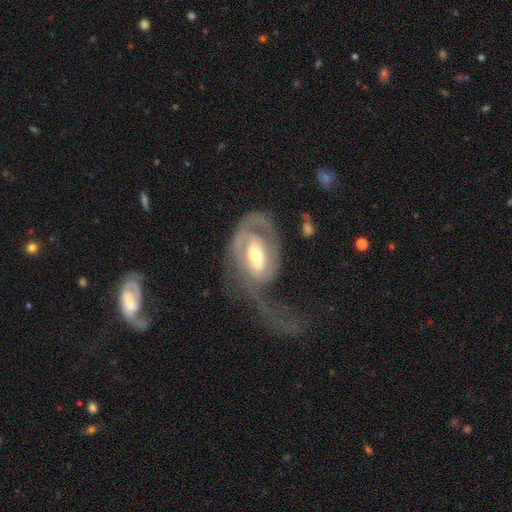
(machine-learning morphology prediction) Smooth or featured?
  - featured or disk: 78% *
  - smooth: 17%
  - star or artifact: 5%
Edge-on disk?
  - no: 95% *
  - yes: 5%
Bar?
  - weak: 39% *
  - no: 34%
  - strong: 27%
Spiral arms?
  - yes: 80% *
  - no: 20%
Spiral winding?
  - tight: 39% *
  - medium: 35%
  - loose: 26%
Spiral arm count?
  - 1: 39% *
  - 2: 37%
  - can't tell: 18%
  - 3: 4%
  - 4: 2%
  - more than 4: 2%
Bulge size?
  - moderate: 64% *
  - small: 24%
  - large: 9%
  - dominant: 1%
  - none: 1%
Merging?
  - major disturbance: 56% *
  - none: 24%
  - minor disturbance: 15%
  - merger: 4%